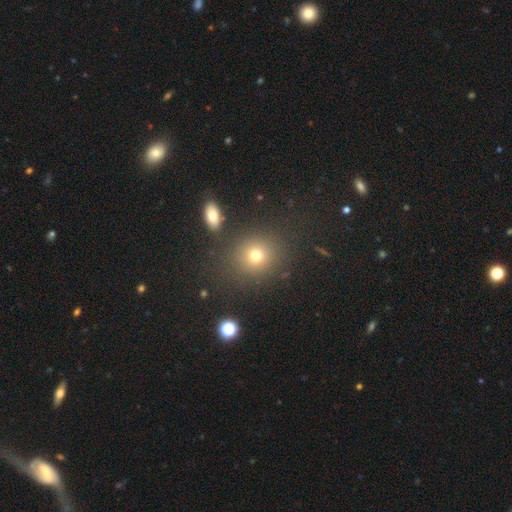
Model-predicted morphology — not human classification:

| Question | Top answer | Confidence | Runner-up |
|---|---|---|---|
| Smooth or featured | smooth | 74% | star or artifact (17%) |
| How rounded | round | 80% | in between (19%) |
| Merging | none | 82% | minor disturbance (9%) |